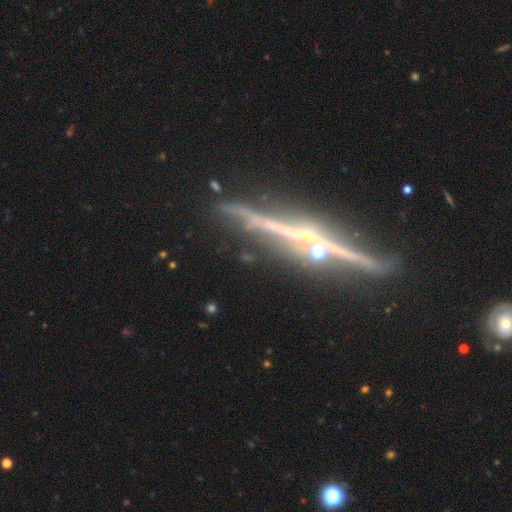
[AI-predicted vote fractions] This is clearly a featured or disk galaxy (85%). It is clearly viewed edge-on (97%). Edge-on bulge: possibly rounded (58%). Merging: likely none (80%).